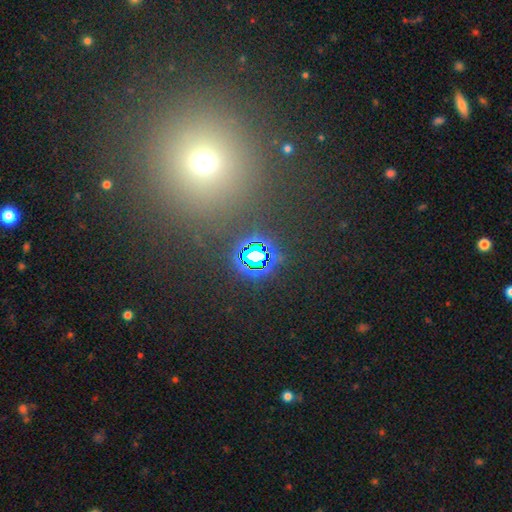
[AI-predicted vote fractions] Smooth or featured? Predicted: star or artifact (p=0.79).